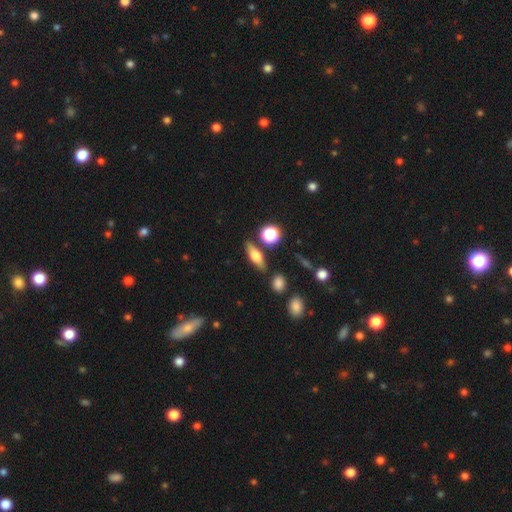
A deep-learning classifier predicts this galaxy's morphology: Overall: smooth (54%; featured or disk 36%). How rounded: in between (53%; cigar-shaped 38%). Merging: none (80%).